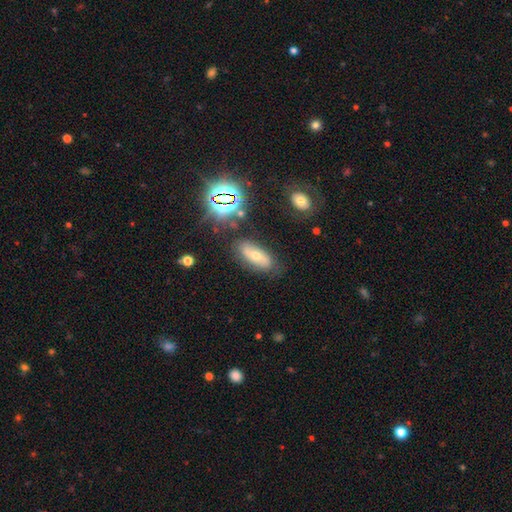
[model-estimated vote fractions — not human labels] A featured or disk galaxy (38%). Merging: none (76%).